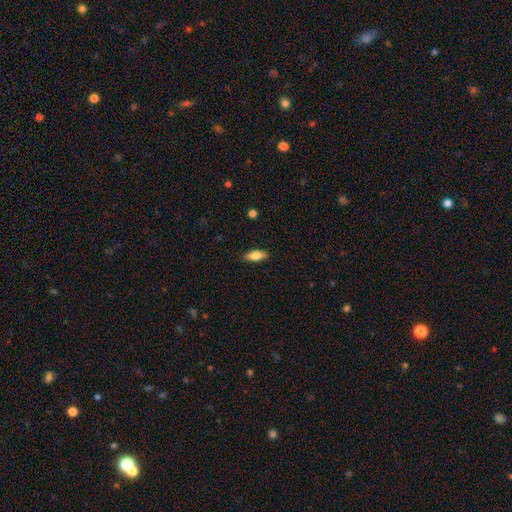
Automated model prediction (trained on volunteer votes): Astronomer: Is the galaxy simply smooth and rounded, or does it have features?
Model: smooth — 74%.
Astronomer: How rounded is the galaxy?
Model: in between — 72%.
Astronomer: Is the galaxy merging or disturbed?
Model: none — 89%.